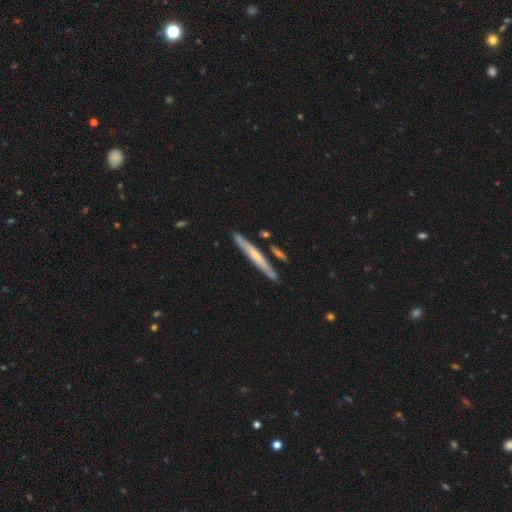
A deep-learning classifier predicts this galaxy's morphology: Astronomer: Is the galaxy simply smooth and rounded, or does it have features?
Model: featured or disk — 50% (runner-up: smooth, 45%).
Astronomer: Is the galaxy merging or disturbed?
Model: none — 83%.